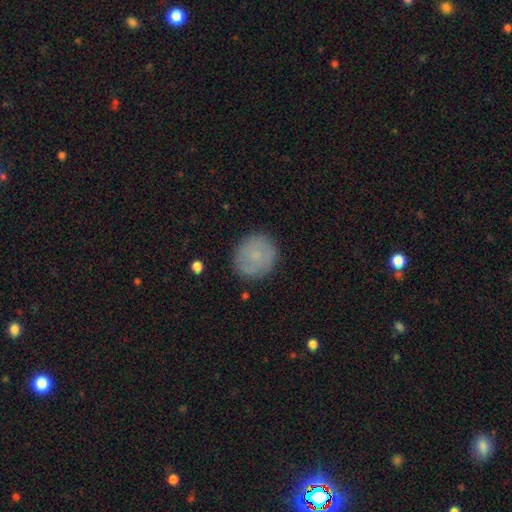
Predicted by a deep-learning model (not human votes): Smooth or featured? Predicted: smooth (p=0.71). How rounded? Predicted: round (p=0.86). Merging? Predicted: none (p=0.86).